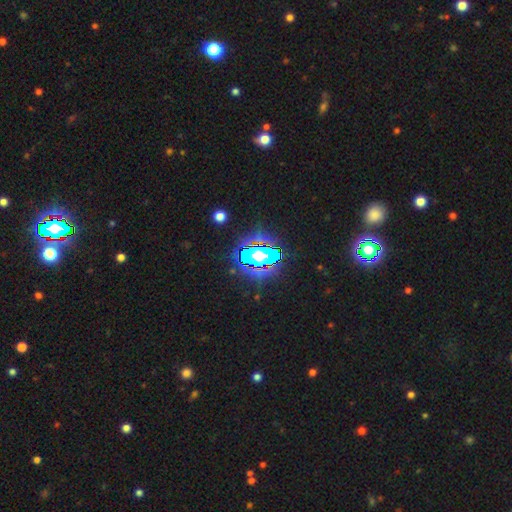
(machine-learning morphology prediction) This appears to be a star or artifact, not a galaxy (54%).